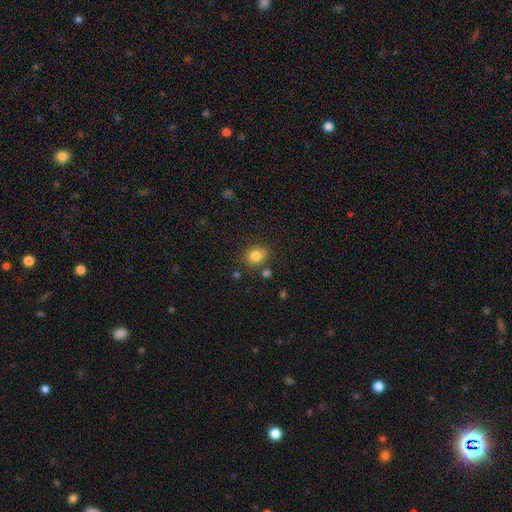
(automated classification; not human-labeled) This appears to be a smooth galaxy with no disk features (83%) that is round (63%). Merging: none (77%).